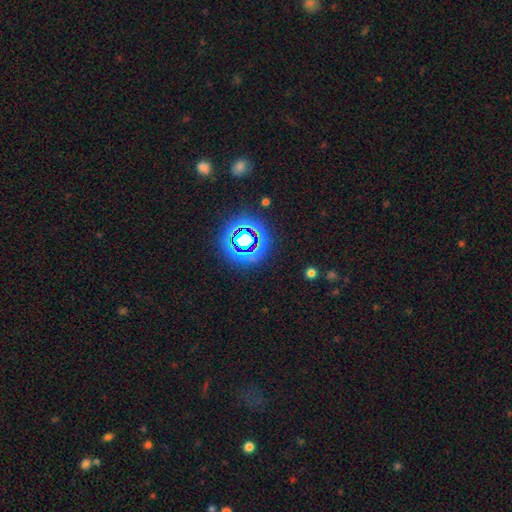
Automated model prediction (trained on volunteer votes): Smooth or featured?
  - star or artifact: 73% *
  - smooth: 17%
  - featured or disk: 10%